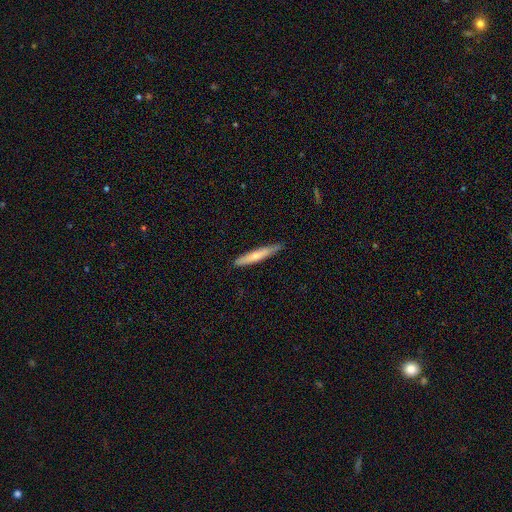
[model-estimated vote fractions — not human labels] Smooth or featured?
  - smooth: 63% *
  - featured or disk: 31%
  - star or artifact: 5%
How rounded?
  - cigar-shaped: 93% *
  - in between: 5%
  - round: 1%
Merging?
  - none: 84% *
  - minor disturbance: 13%
  - major disturbance: 2%
  - merger: 1%